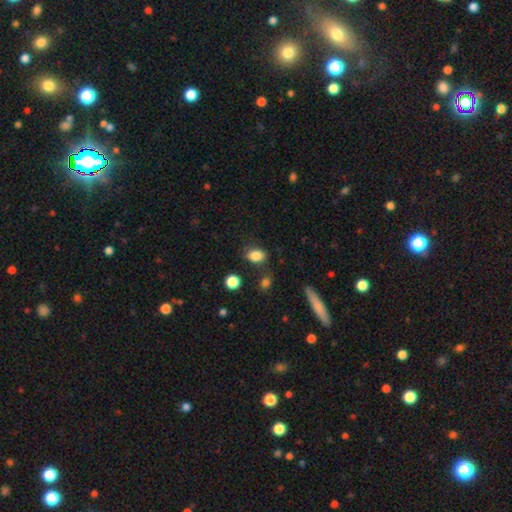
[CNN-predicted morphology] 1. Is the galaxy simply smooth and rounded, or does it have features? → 85% smooth, 9% star or artifact, 6% featured or disk.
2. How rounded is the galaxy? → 78% in between, 20% round, 2% cigar-shaped.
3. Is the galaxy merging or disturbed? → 75% none, 16% minor disturbance, 5% major disturbance, 4% merger.